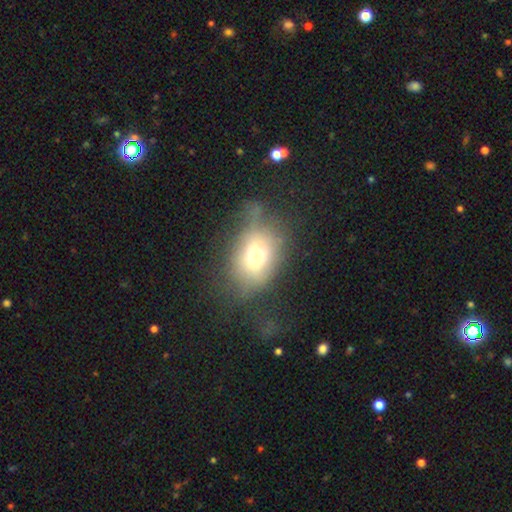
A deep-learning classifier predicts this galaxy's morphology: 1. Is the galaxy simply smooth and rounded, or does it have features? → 63% smooth, 23% featured or disk, 14% star or artifact.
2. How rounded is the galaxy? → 58% in between, 40% round, 2% cigar-shaped.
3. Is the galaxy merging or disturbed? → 49% none, 25% minor disturbance, 23% major disturbance, 3% merger.